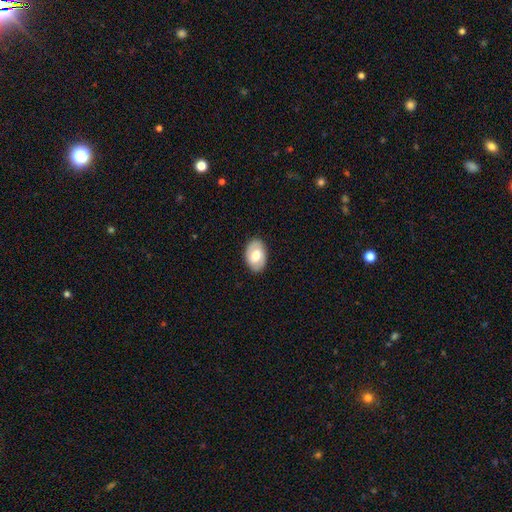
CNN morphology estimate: smooth_or_featured: smooth (p=0.58) [alt: featured or disk p=0.36]
how_rounded: in between (p=0.87) [alt: round p=0.12]
merging: none (p=0.86) [alt: minor disturbance p=0.10]